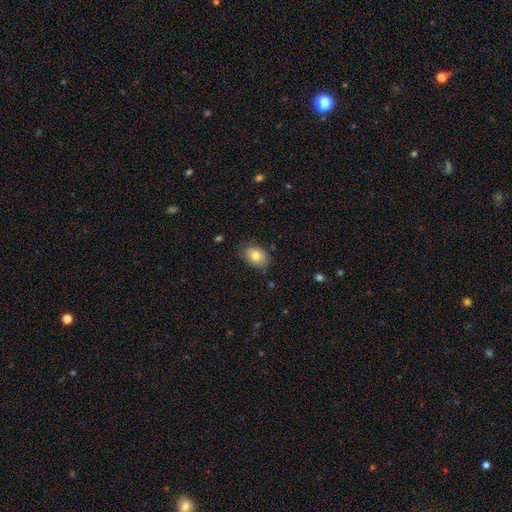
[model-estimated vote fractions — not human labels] A smooth galaxy with no disk features (78%) that is in between round and cigar-shaped (79%).

Vote fractions:
- Smooth or featured? smooth: 78% / featured or disk: 13% / star or artifact: 8%
- How rounded? in between: 79% / round: 20% / cigar-shaped: 1%
- Merging? none: 78% / minor disturbance: 18% / major disturbance: 3% / merger: 1%